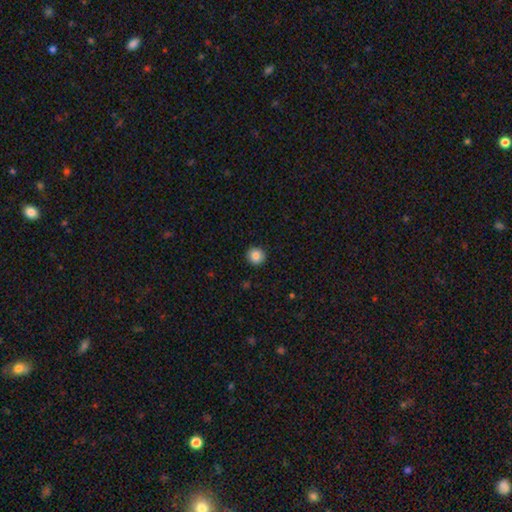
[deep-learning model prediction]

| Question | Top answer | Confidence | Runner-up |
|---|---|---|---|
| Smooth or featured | smooth | 85% | star or artifact (9%) |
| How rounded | round | 94% | in between (5%) |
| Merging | none | 92% | minor disturbance (5%) |